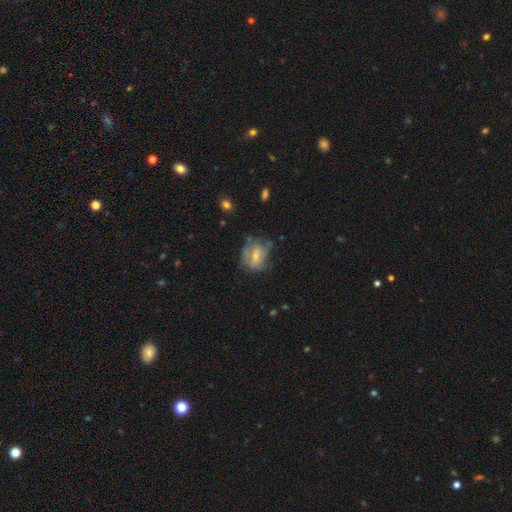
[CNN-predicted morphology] Smooth or featured? Predicted: featured or disk (p=0.49). Merging? Predicted: none (p=0.44).